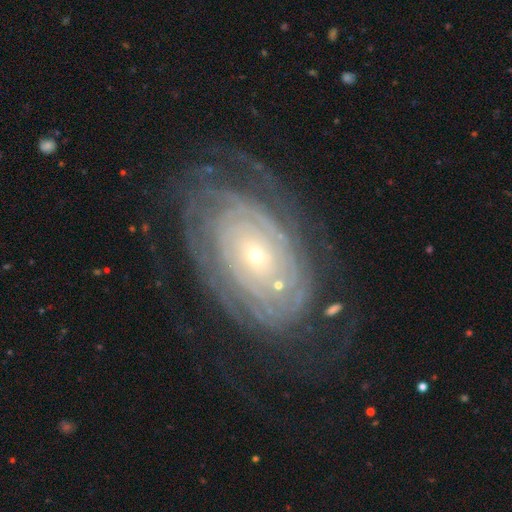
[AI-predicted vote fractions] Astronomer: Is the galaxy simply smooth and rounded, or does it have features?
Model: featured or disk — 83%.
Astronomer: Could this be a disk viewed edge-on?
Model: no — 95%.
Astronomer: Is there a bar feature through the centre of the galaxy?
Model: no — 81%.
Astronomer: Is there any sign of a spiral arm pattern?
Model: yes — 90%.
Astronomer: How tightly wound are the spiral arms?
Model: tight — 83%.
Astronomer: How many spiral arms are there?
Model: can't tell — 48%.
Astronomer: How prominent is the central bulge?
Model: small — 78%.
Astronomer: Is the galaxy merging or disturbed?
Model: none — 67%.